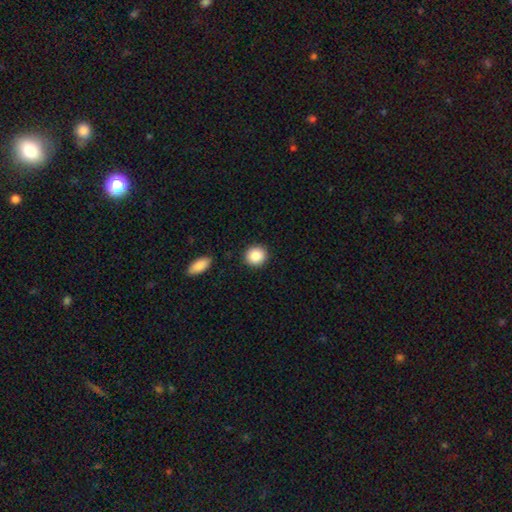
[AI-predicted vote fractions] Smooth or featured? smooth (88%)
How rounded? round (89%)
Merging? none (89%)